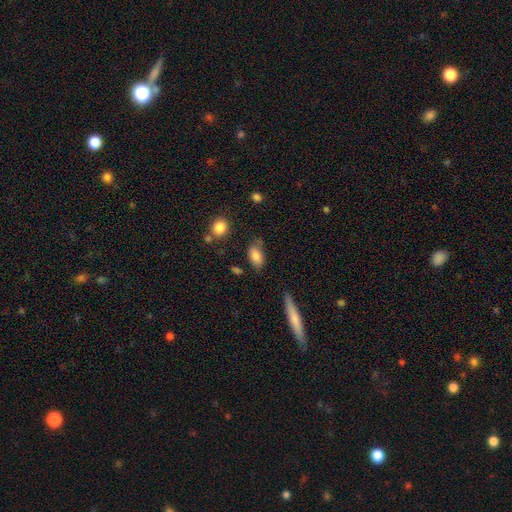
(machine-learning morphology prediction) smooth-or-featured: smooth: 83% | featured or disk: 9% | star or artifact: 8%
  how-rounded: in between: 90% | round: 6% | cigar-shaped: 4%
  merging: none: 64% | minor disturbance: 25% | major disturbance: 7% | merger: 4%